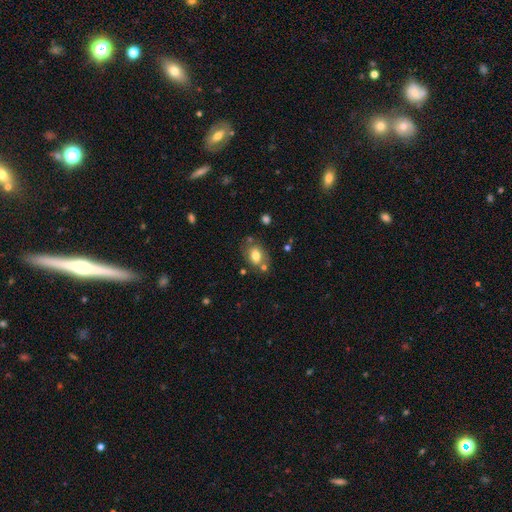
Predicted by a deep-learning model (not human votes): smooth-or-featured: smooth: 75% | featured or disk: 15% | star or artifact: 10%
  how-rounded: in between: 69% | round: 30% | cigar-shaped: 1%
  merging: none: 67% | minor disturbance: 16% | merger: 12% | major disturbance: 5%